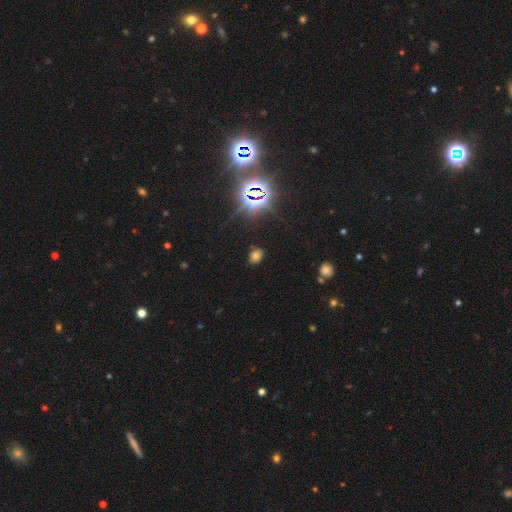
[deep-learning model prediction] Smooth or featured? smooth (55%)
How rounded? in between (54%)
Merging? none (79%)